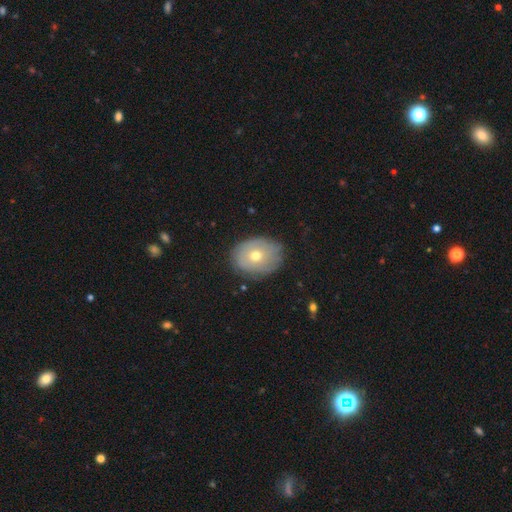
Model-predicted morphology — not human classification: Smooth or featured?
  - smooth: 56% *
  - featured or disk: 35%
  - star or artifact: 9%
How rounded?
  - in between: 58% *
  - round: 41%
  - cigar-shaped: 1%
Merging?
  - none: 78% *
  - minor disturbance: 17%
  - major disturbance: 4%
  - merger: 1%